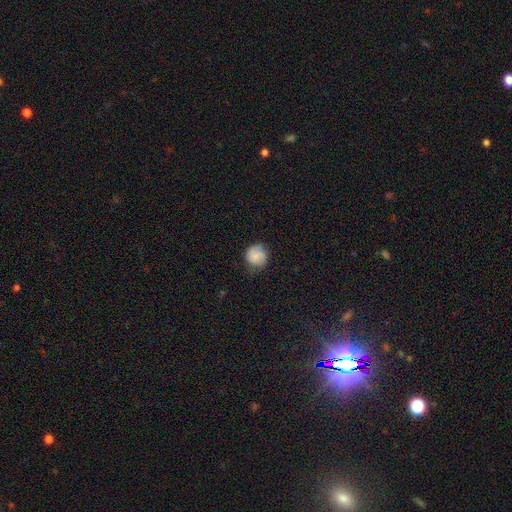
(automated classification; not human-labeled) This appears to be a smooth galaxy with no disk features (78%) that is round (88%). Merging: none (69%).